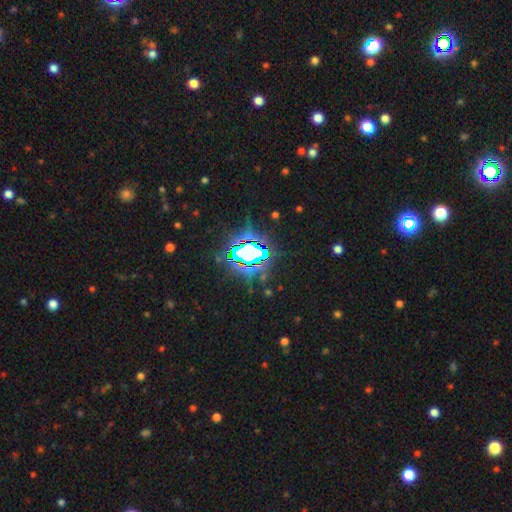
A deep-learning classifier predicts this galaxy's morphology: star or artifact 76%, smooth 13%, featured or disk 11%.